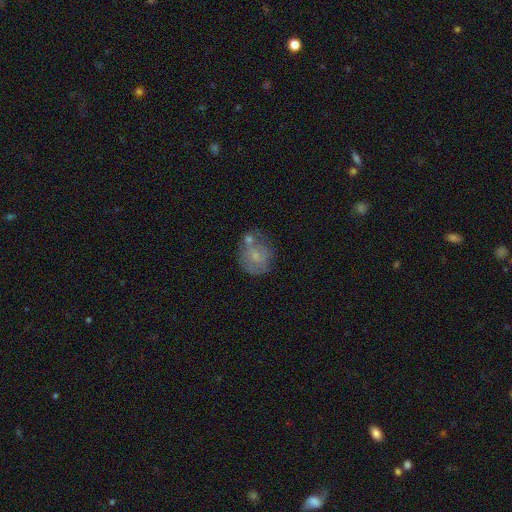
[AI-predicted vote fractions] Overall: smooth (55%; featured or disk 35%). How rounded: round (75%). Merging: none (43%; merger 28%).